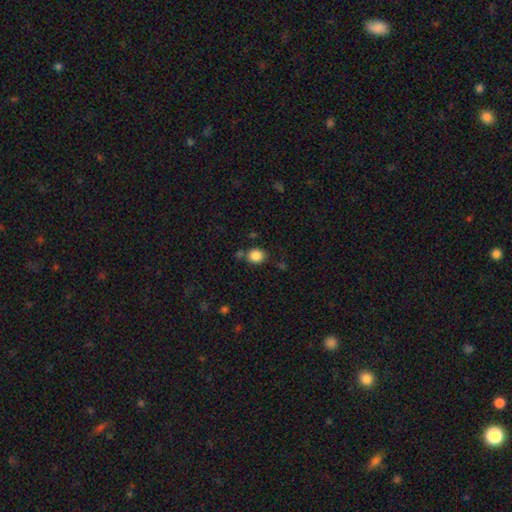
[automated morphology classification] smooth 86%, star or artifact 10%, featured or disk 4%. Down the decision tree: how rounded — round (76%); merging — none (75%).